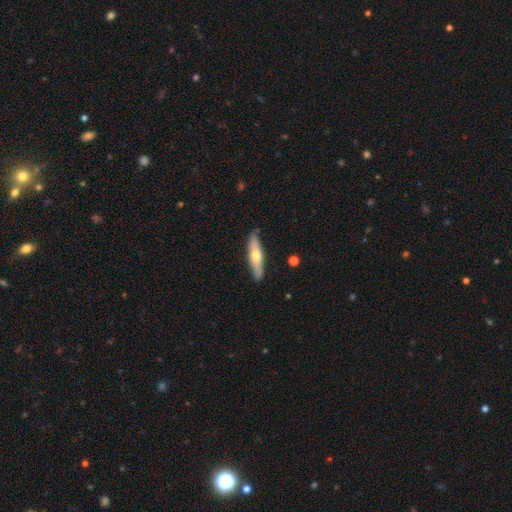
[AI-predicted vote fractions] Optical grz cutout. It shows a smooth galaxy with no disk features (50%) that is cigar-shaped (73%). Merging: none (86%).